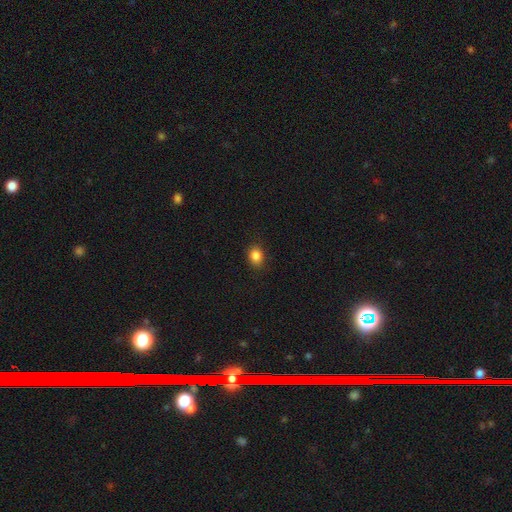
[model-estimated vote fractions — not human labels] Q: Smooth or featured?
A: smooth (86%); runner-up: star or artifact (11%)
Q: How rounded?
A: round (50%); runner-up: in between (49%)
Q: Merging?
A: none (89%); runner-up: minor disturbance (8%)